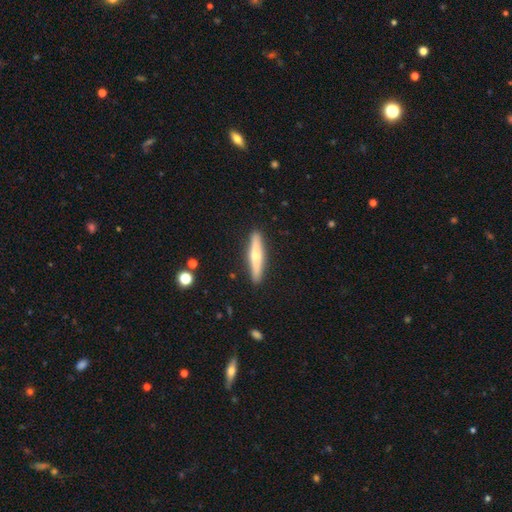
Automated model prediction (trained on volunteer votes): A featured or disk galaxy (48%). Merging: none (90%).